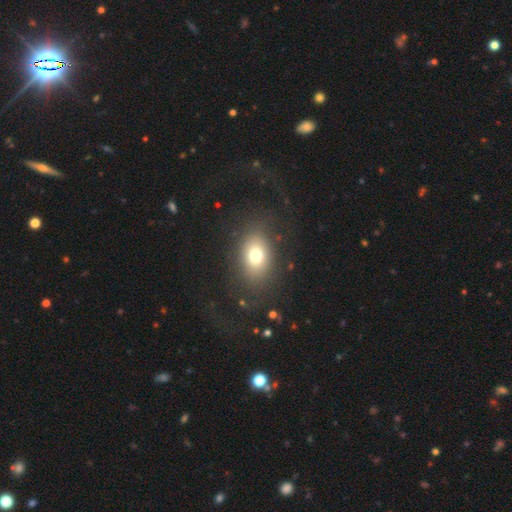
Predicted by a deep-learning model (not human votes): This appears to be a smooth galaxy with no disk features (72%) that is in between round and cigar-shaped (72%). Merging: none (79%).